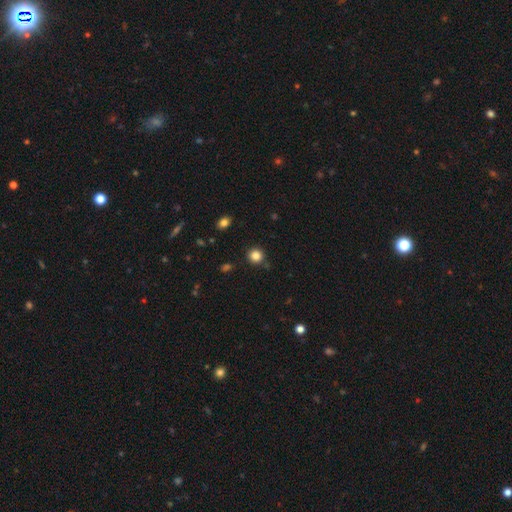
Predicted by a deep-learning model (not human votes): The model was most divided on "smooth or featured": smooth: 84%, star or artifact: 12%, featured or disk: 4%. More confident: how rounded — round (92%); merging — none (86%).